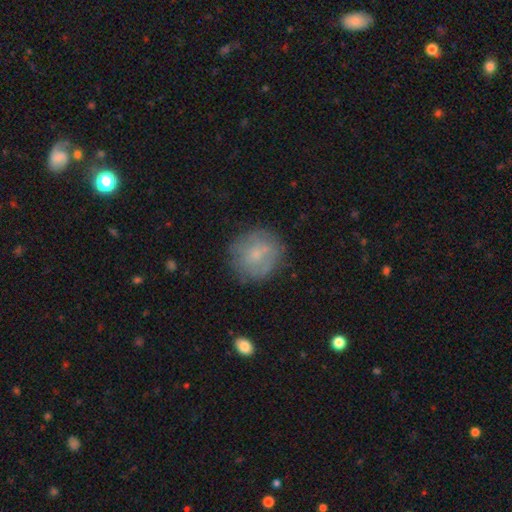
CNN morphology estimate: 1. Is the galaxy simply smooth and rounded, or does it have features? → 57% smooth, 35% featured or disk, 9% star or artifact.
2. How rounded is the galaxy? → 87% round, 12% in between, 1% cigar-shaped.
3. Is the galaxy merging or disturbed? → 73% none, 18% minor disturbance, 7% major disturbance, 2% merger.